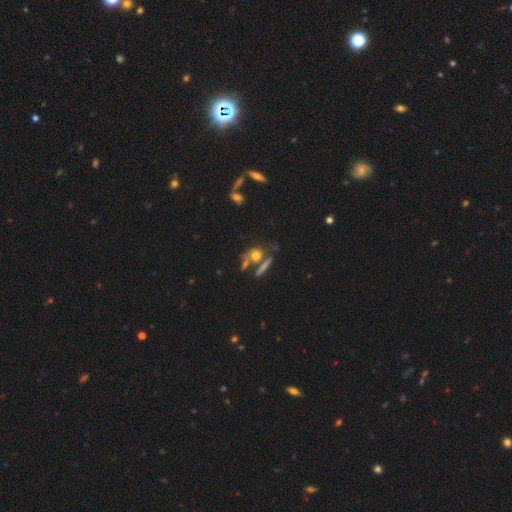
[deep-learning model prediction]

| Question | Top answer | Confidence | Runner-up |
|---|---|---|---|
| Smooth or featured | smooth | 56% | featured or disk (30%) |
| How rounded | round | 50% | in between (36%) |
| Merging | none | 49% | merger (28%) |